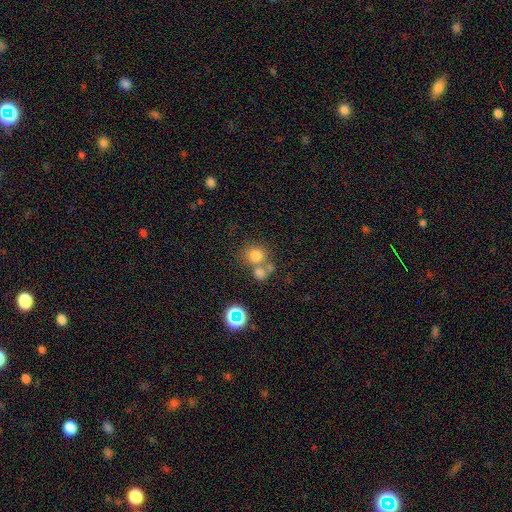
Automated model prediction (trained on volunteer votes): smooth 74%, star or artifact 15%, featured or disk 11%. Down the decision tree: how rounded — round (83%); merging — none (52%).